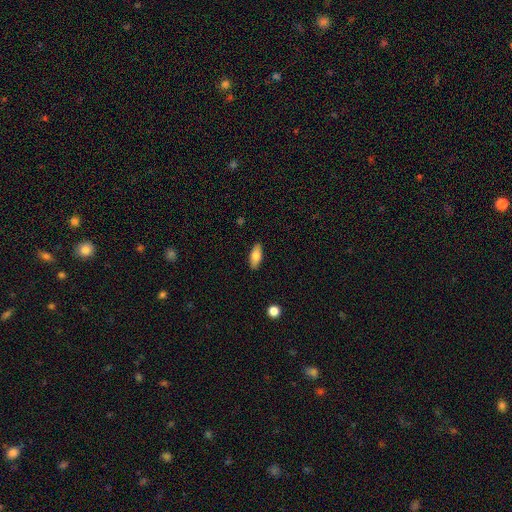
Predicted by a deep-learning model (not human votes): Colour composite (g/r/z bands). It shows a smooth galaxy with no disk features (75%) that is in between round and cigar-shaped (80%). Merging: none (89%).